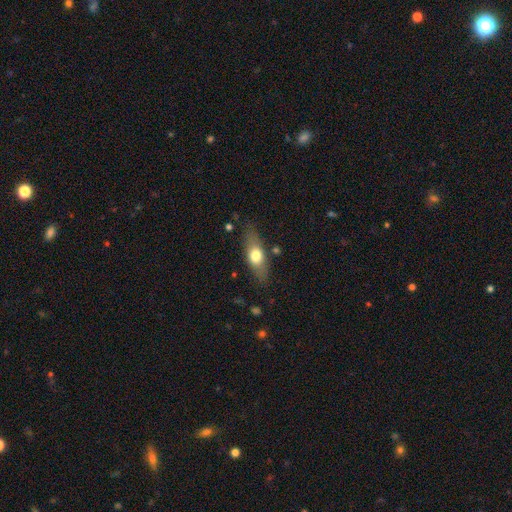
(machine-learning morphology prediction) The model was most divided on "smooth or featured": smooth: 64%, featured or disk: 29%, star or artifact: 7%. More confident: merging — none (78%); how rounded — in between (65%).